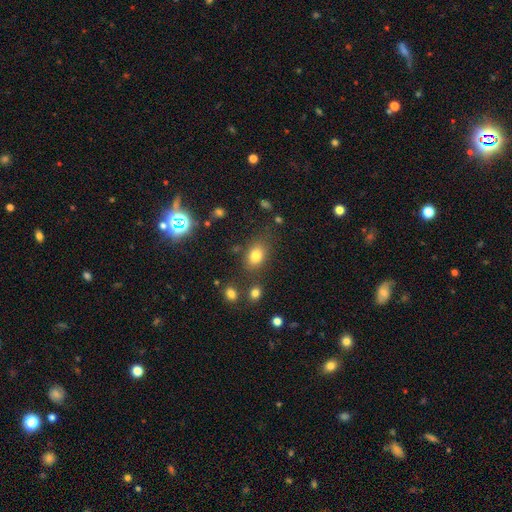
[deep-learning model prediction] Smooth or featured: smooth — 78% (star or artifact — 13%)
How rounded: in between — 74% (round — 25%)
Merging: none — 76% (minor disturbance — 13%)